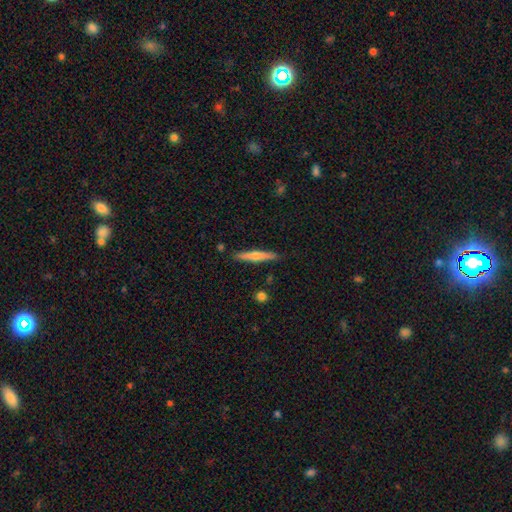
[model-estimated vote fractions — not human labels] Morphology: type=featured or disk (56%); edge-on=yes (97%); edge-on bulge=rounded (78%); merging=none (89%).